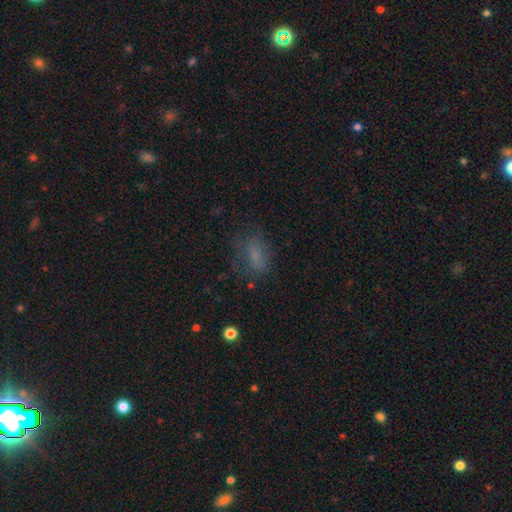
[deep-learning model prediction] Smooth or featured? Predicted: smooth (p=0.65). How rounded? Predicted: in between (p=0.76). Merging? Predicted: none (p=0.57).